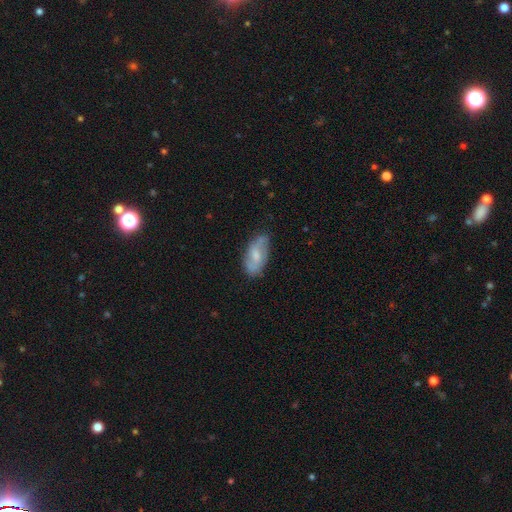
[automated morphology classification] Smooth or featured? Predicted: featured or disk (p=0.54). Edge-on disk? Predicted: no (p=0.93). Bar? Predicted: no (p=0.47). Spiral arms? Predicted: yes (p=0.81). Bulge size? Predicted: moderate (p=0.46). Merging? Predicted: none (p=0.68).